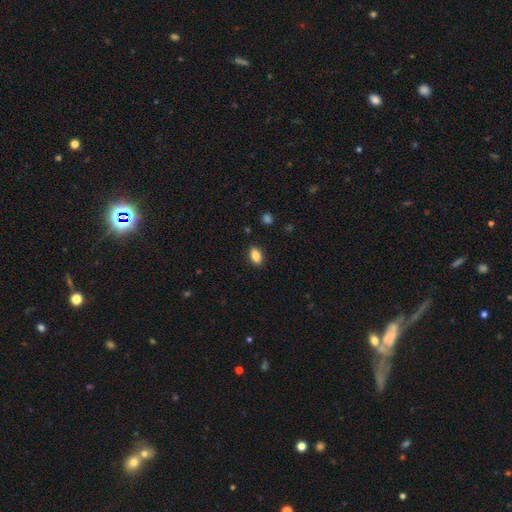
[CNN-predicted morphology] type=smooth (86%); roundness=in between (89%); merging=none (87%).